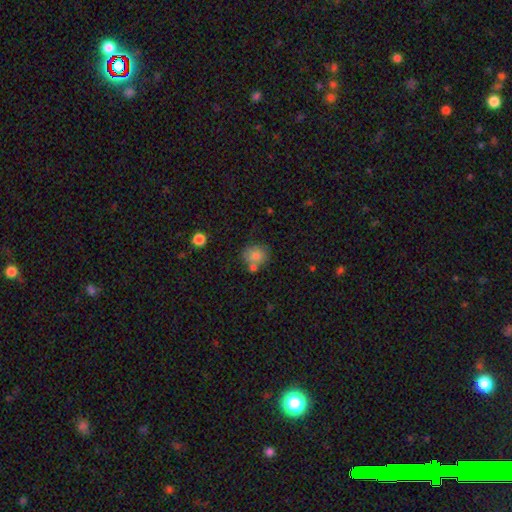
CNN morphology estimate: Q: Smooth or featured?
A: smooth (80%); runner-up: star or artifact (10%)
Q: How rounded?
A: round (79%); runner-up: in between (20%)
Q: Merging?
A: none (60%); runner-up: merger (22%)